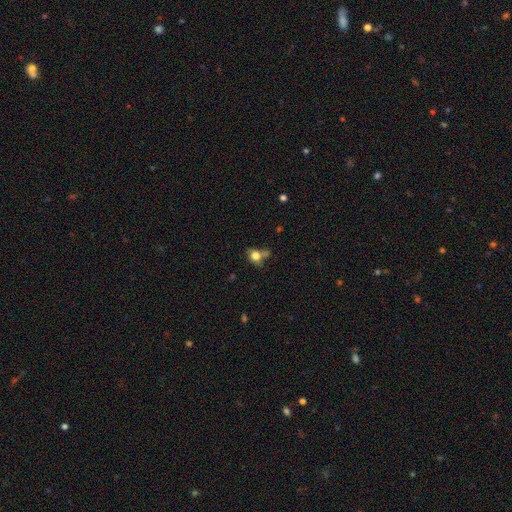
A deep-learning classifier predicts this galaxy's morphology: A smooth galaxy with no disk features (74%) that is round (56%). Merging: none (42%).